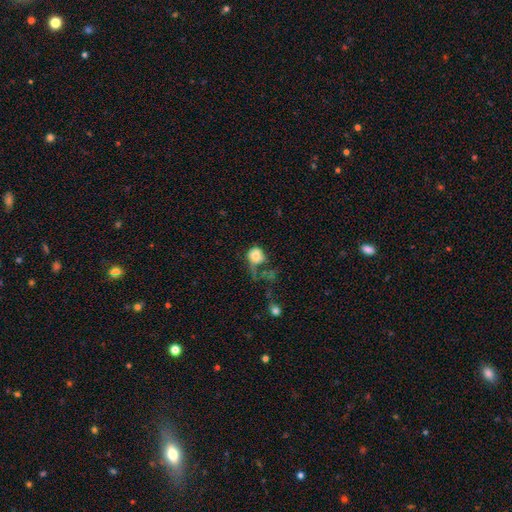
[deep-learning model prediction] Smooth or featured? smooth (67%)
How rounded? round (57%)
Merging? major disturbance (51%)